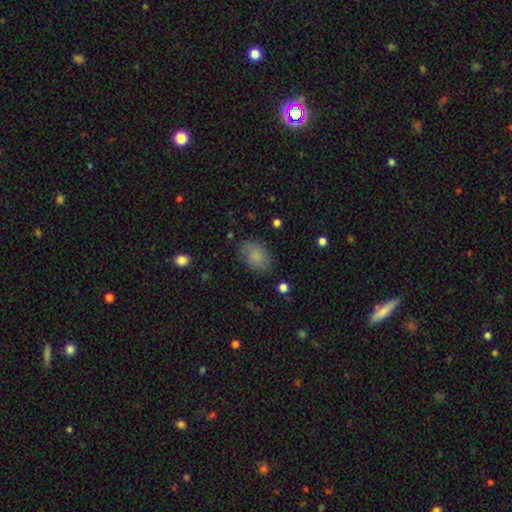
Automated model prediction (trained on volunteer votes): smooth_or_featured: smooth (p=0.84) [alt: star or artifact p=0.08]
how_rounded: in between (p=0.82) [alt: round p=0.16]
merging: none (p=0.79) [alt: minor disturbance p=0.15]